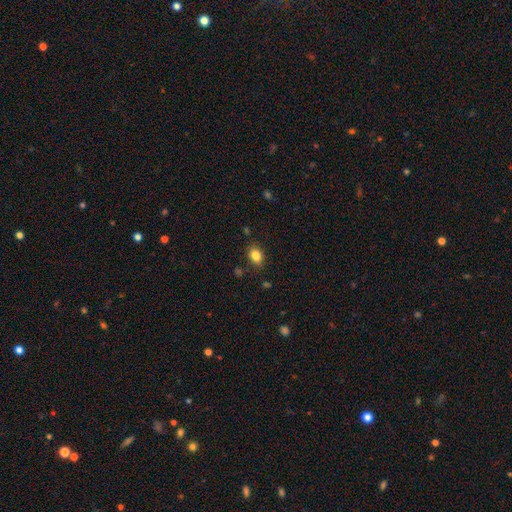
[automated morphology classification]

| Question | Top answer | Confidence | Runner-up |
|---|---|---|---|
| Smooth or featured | smooth | 84% | star or artifact (10%) |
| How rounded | in between | 71% | round (27%) |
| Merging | none | 83% | minor disturbance (12%) |